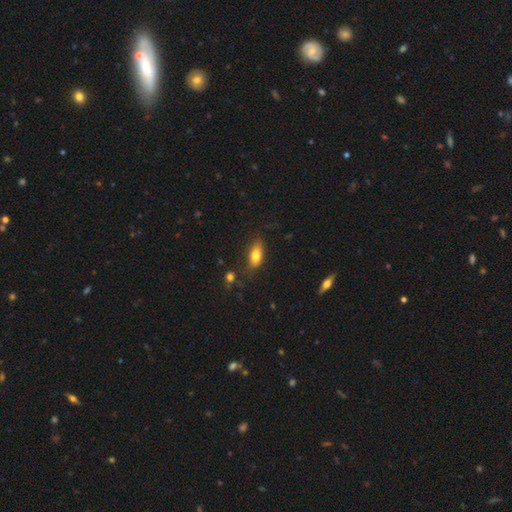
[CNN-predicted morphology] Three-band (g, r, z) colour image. It shows a smooth galaxy with no disk features (77%) that is in between round and cigar-shaped (82%). Merging: none (73%).